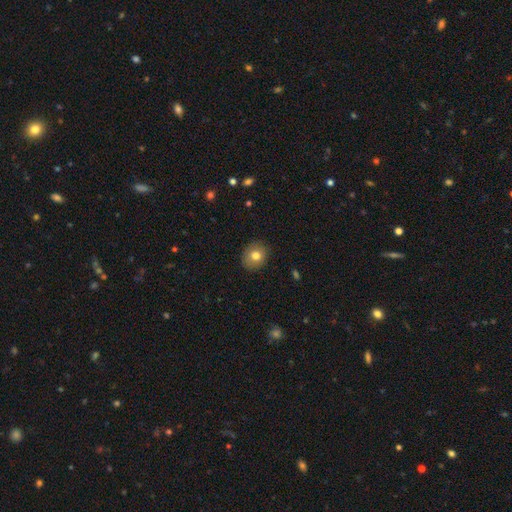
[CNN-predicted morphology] Overall: smooth (78%). How rounded: round (70%). Merging: none (87%).